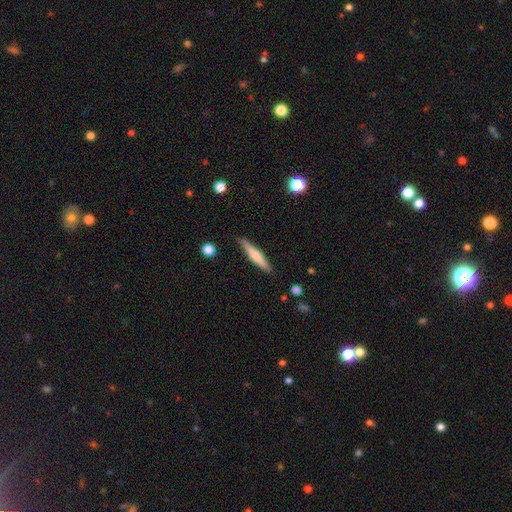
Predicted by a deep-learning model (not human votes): A smooth galaxy with no disk features (53%) that is cigar-shaped (90%).

Vote fractions:
- Smooth or featured? smooth: 53% / featured or disk: 42% / star or artifact: 6%
- How rounded? cigar-shaped: 90% / in between: 8% / round: 1%
- Merging? none: 86% / minor disturbance: 10% / major disturbance: 2% / merger: 2%